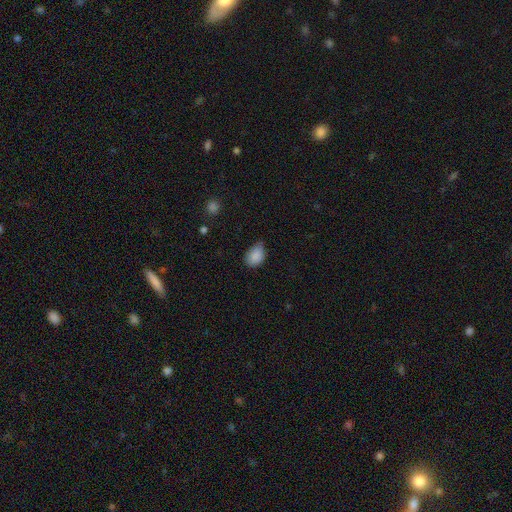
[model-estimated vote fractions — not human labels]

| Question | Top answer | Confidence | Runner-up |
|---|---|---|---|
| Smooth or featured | smooth | 87% | star or artifact (8%) |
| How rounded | in between | 76% | round (23%) |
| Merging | none | 51% | minor disturbance (41%) |